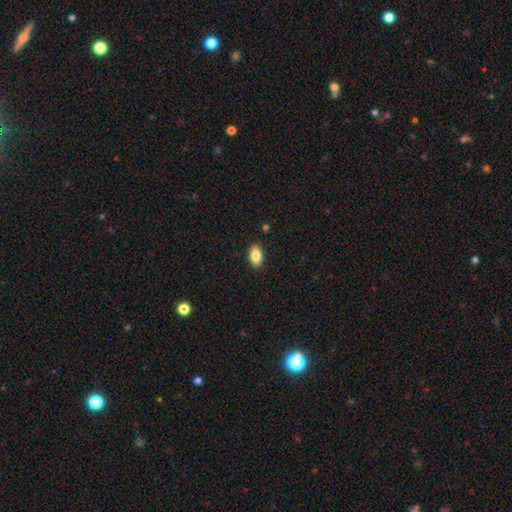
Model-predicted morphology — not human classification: Q: Smooth or featured?
A: smooth (83%); runner-up: featured or disk (10%)
Q: How rounded?
A: in between (91%); runner-up: round (5%)
Q: Merging?
A: none (89%); runner-up: minor disturbance (8%)